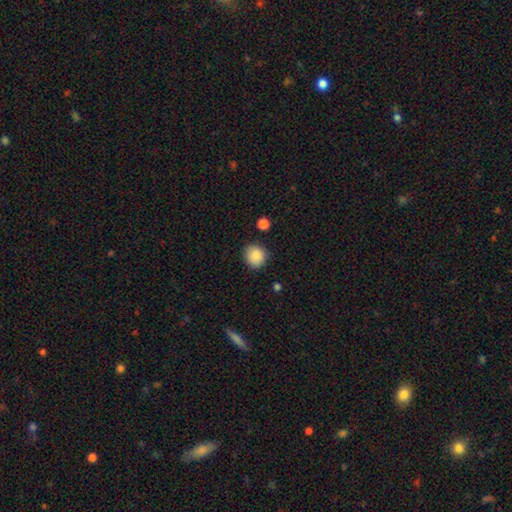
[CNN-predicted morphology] This is clearly a smooth galaxy (87%). How rounded: clearly round (85%). Merging: clearly none (84%).